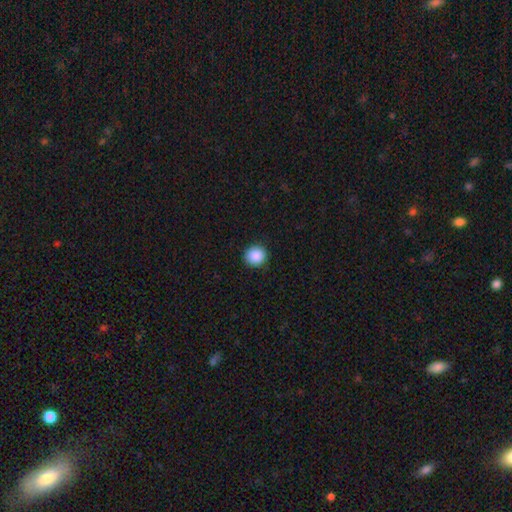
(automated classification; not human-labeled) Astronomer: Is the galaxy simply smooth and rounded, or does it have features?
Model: smooth — 89%.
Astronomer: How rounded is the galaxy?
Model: round — 92%.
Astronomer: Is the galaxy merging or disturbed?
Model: none — 92%.